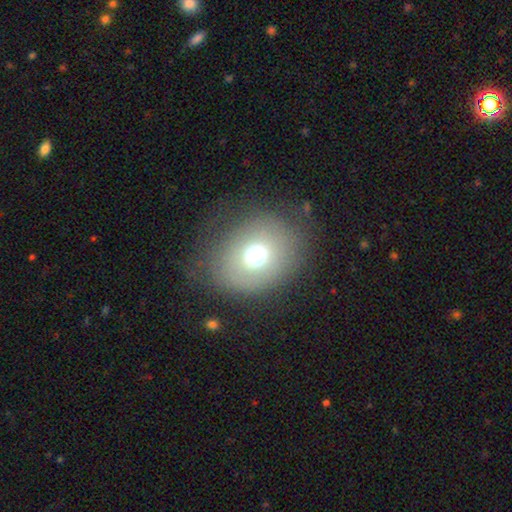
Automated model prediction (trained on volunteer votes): smooth_or_featured: smooth (p=0.65) [alt: star or artifact p=0.19]
how_rounded: round (p=0.61) [alt: in between p=0.38]
merging: none (p=0.75) [alt: minor disturbance p=0.13]